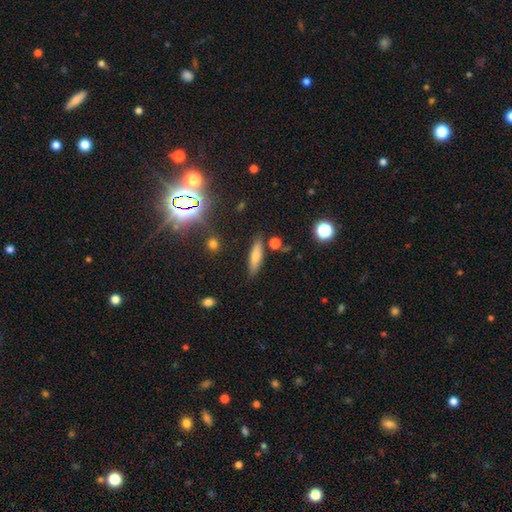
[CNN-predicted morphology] smooth_or_featured: smooth (p=0.67) [alt: featured or disk p=0.23]
how_rounded: cigar-shaped (p=0.65) [alt: in between p=0.32]
merging: none (p=0.81) [alt: minor disturbance p=0.12]